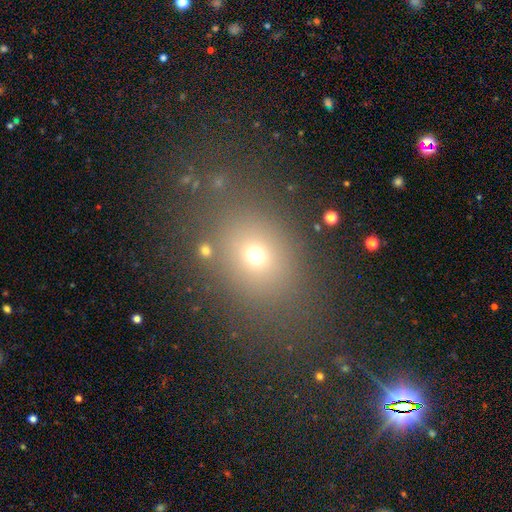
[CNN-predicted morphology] Smooth or featured? smooth (67%)
How rounded? in between (50%)
Merging? none (72%)